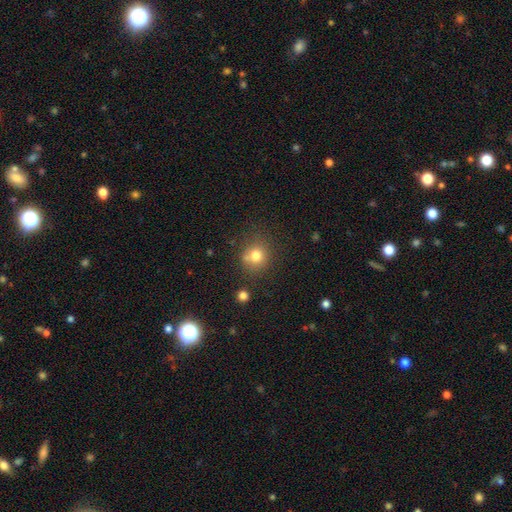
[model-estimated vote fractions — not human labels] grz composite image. It shows a smooth galaxy with no disk features (77%) that is round (85%). Merging: none (70%).